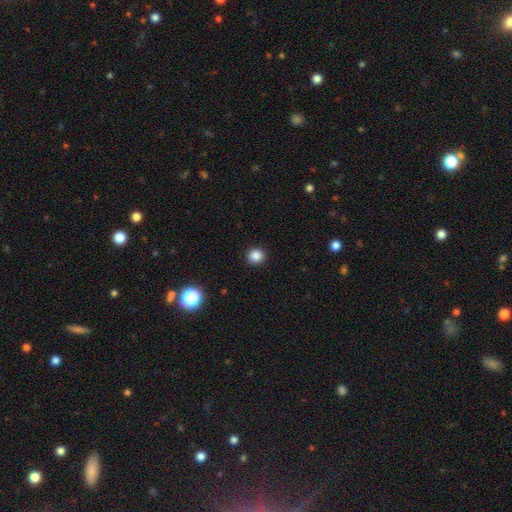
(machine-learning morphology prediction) Smooth or featured: smooth — 86% (star or artifact — 11%)
How rounded: round — 88% (in between — 11%)
Merging: none — 92% (minor disturbance — 5%)